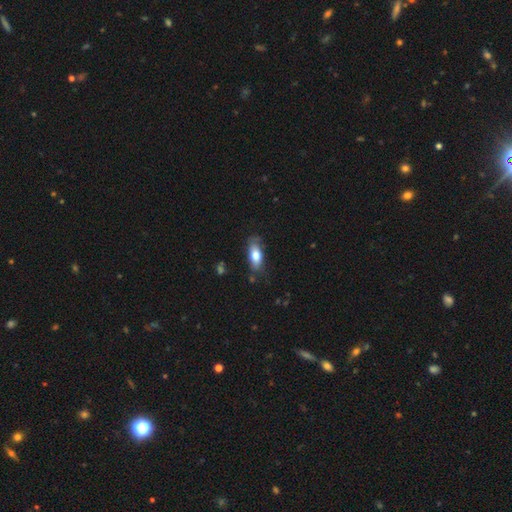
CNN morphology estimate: Smooth or featured? Predicted: smooth (p=0.74). How rounded? Predicted: in between (p=0.80). Merging? Predicted: none (p=0.69).